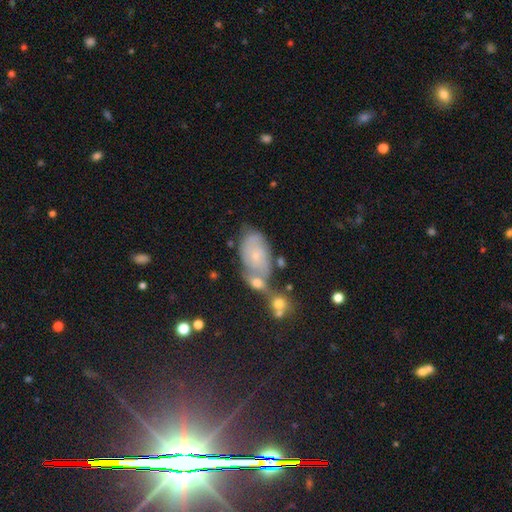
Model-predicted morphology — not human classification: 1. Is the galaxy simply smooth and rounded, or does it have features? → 58% featured or disk, 27% smooth, 15% star or artifact.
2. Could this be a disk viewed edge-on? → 95% no, 5% yes.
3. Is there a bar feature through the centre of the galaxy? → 74% no, 21% weak, 4% strong.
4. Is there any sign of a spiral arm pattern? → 83% yes, 17% no.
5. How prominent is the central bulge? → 76% small, 18% moderate, 3% none, 1% large, 1% dominant.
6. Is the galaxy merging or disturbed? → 46% none, 28% merger, 19% minor disturbance, 8% major disturbance.